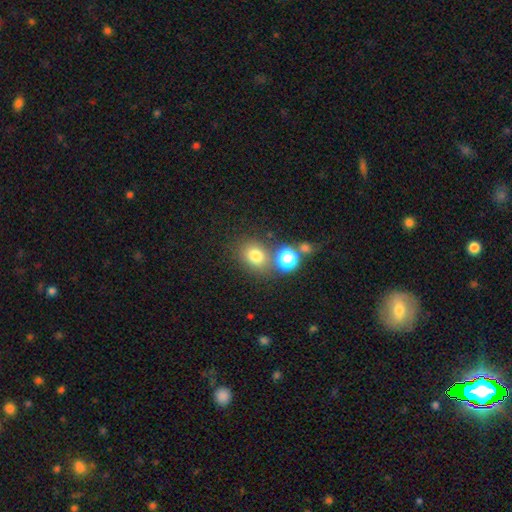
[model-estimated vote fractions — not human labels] smooth 76%, star or artifact 16%, featured or disk 9%. Down the decision tree: how rounded — round (63%); merging — none (67%).